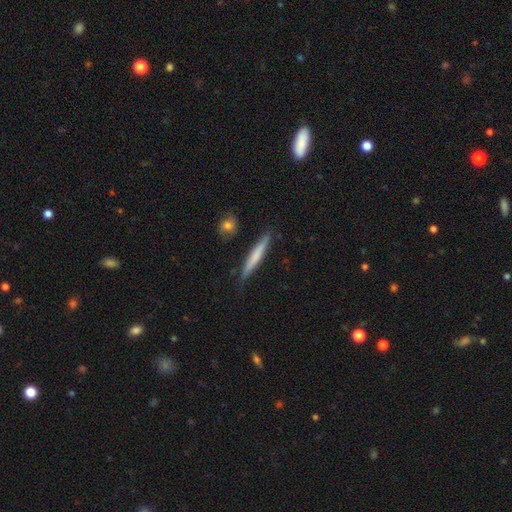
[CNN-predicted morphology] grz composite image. It shows a smooth galaxy with no disk features (61%) that is cigar-shaped (95%). Merging: none (85%).